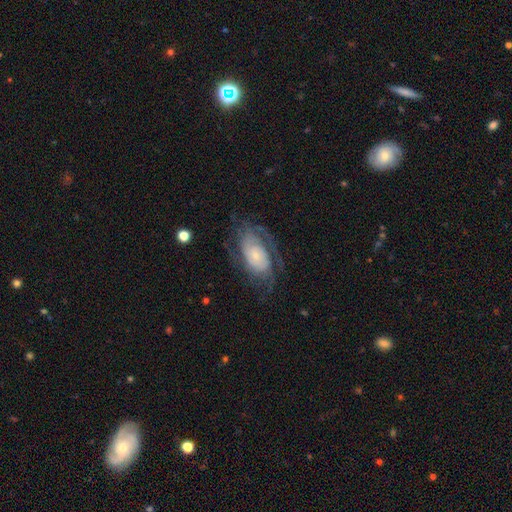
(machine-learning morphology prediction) A featured or disk galaxy (75%) with no bar (75%), tight (51%) spiral arms (89%) and a small central bulge (66%). Merging: none (62%).